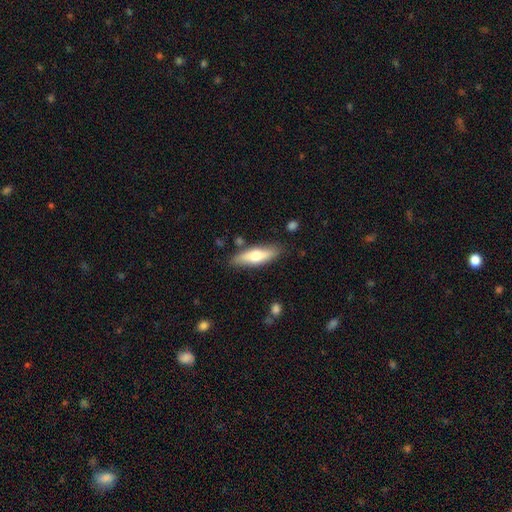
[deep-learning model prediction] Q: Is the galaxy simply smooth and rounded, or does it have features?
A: smooth — 59%.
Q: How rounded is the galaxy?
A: cigar-shaped — 50%.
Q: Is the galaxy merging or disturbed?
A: none — 81%.